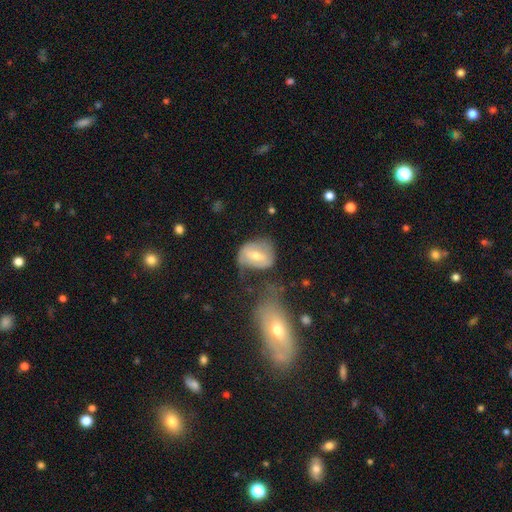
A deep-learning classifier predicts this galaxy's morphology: Smooth or featured? Predicted: featured or disk (p=0.52). Edge-on disk? Predicted: no (p=0.93). Merging? Predicted: none (p=0.41).